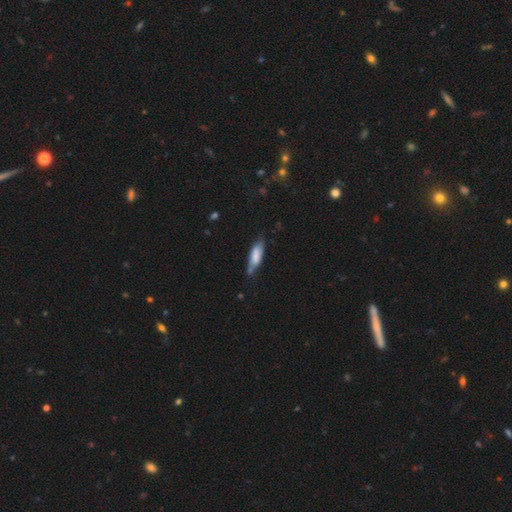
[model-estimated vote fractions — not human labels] Overall: smooth (71%). How rounded: cigar-shaped (53%; in between 46%). Merging: none (58%; minor disturbance 29%).